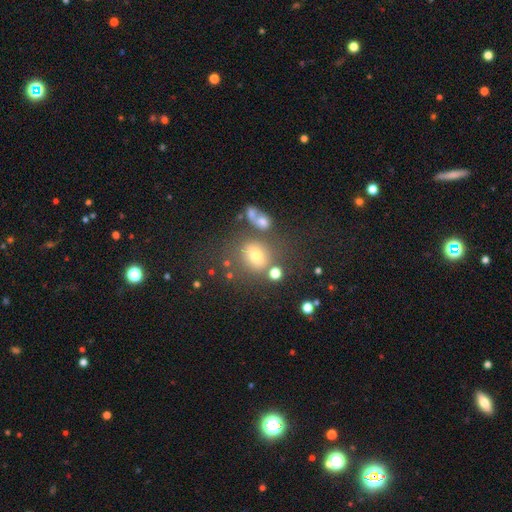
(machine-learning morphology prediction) smooth-or-featured: smooth: 63% | star or artifact: 21% | featured or disk: 17%
  how-rounded: round: 66% | in between: 32% | cigar-shaped: 1%
  merging: none: 61% | merger: 16% | minor disturbance: 14% | major disturbance: 9%